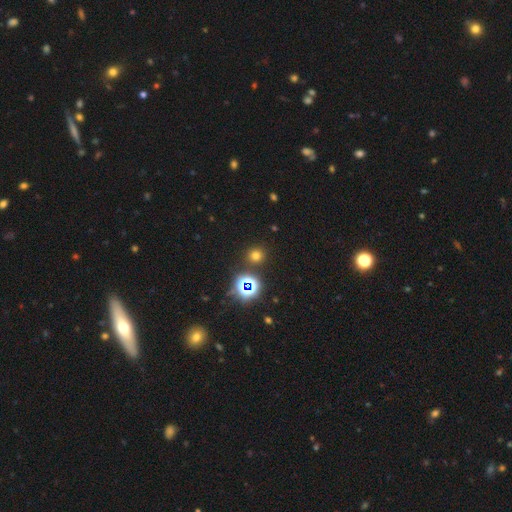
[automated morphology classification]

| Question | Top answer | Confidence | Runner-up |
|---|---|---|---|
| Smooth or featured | smooth | 65% | star or artifact (29%) |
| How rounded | round | 91% | in between (8%) |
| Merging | none | 87% | minor disturbance (6%) |